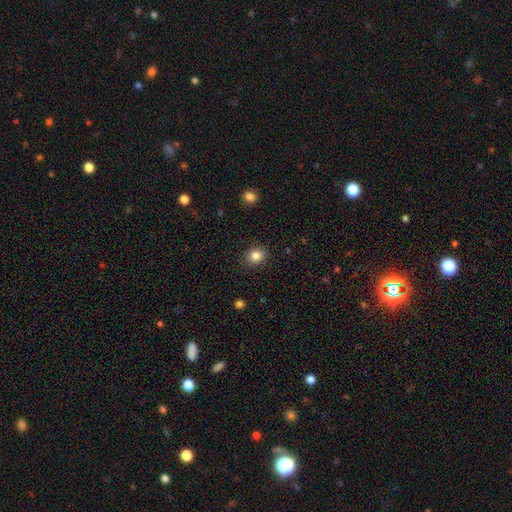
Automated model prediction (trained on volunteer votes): Smooth or featured?
  - smooth: 84% *
  - star or artifact: 11%
  - featured or disk: 5%
How rounded?
  - round: 69% *
  - in between: 30%
  - cigar-shaped: 1%
Merging?
  - none: 88% *
  - minor disturbance: 9%
  - major disturbance: 3%
  - merger: 1%